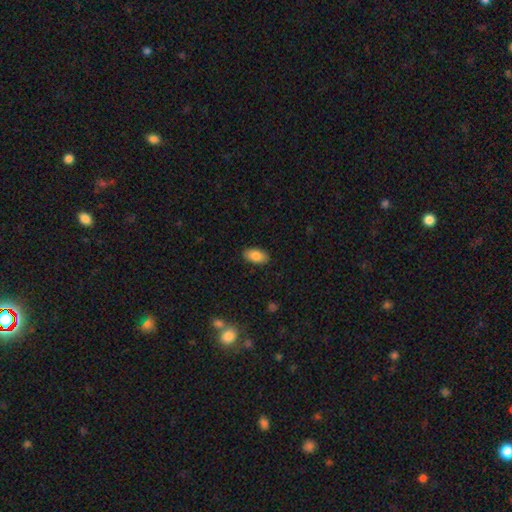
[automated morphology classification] The model was most divided on "smooth or featured": smooth: 86%, featured or disk: 7%, star or artifact: 7%. More confident: how rounded — in between (94%); merging — none (88%).